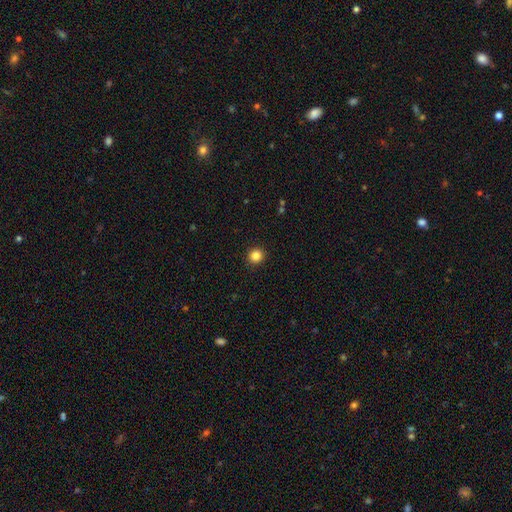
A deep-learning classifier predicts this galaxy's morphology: Q: Smooth or featured?
A: smooth (85%); runner-up: star or artifact (11%)
Q: How rounded?
A: round (93%); runner-up: in between (6%)
Q: Merging?
A: none (92%); runner-up: minor disturbance (5%)